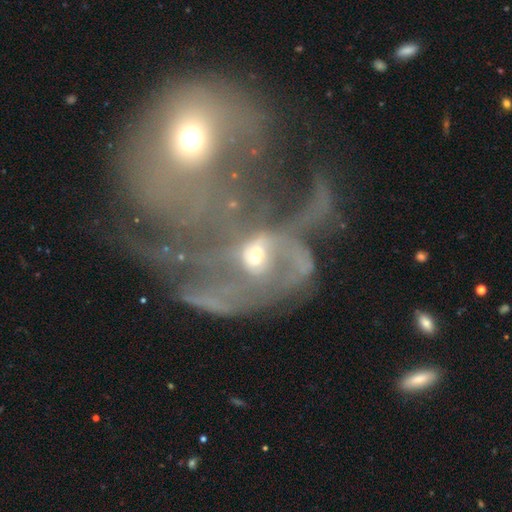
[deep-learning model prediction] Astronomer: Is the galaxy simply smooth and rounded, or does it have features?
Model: featured or disk — 72%.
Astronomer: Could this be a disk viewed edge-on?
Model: no — 97%.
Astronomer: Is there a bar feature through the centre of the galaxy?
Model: no — 63%.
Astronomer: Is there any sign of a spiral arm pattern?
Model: yes — 69%.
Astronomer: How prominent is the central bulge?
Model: moderate — 46% (runner-up: small, 41%).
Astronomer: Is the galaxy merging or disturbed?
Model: merger — 48% (runner-up: major disturbance, 36%).